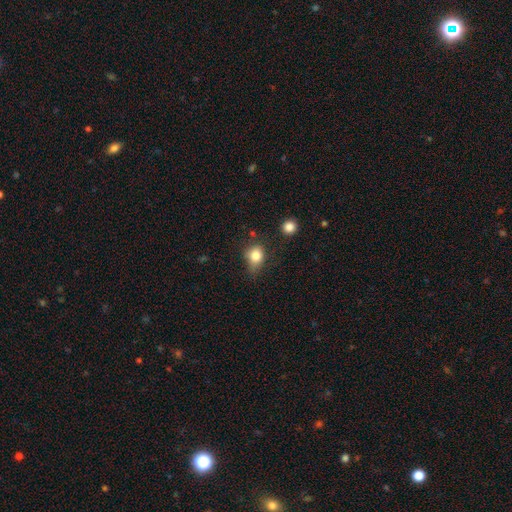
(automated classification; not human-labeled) smooth_or_featured: smooth (p=0.81) [alt: star or artifact p=0.11]
how_rounded: round (p=0.52) [alt: in between p=0.47]
merging: none (p=0.50) [alt: minor disturbance p=0.35]